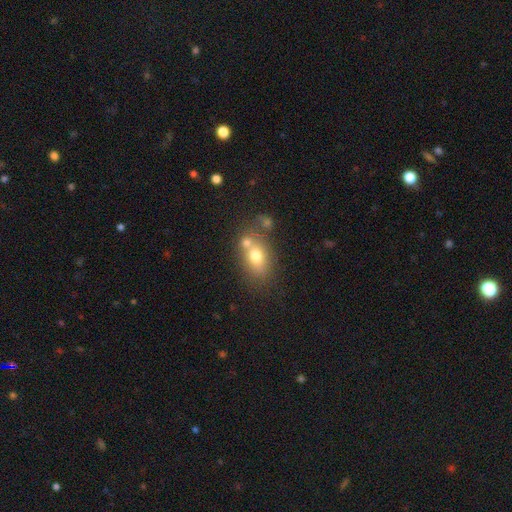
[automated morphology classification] A smooth galaxy with no disk features (70%) that is in between round and cigar-shaped (74%).

Vote fractions:
- Smooth or featured? smooth: 70% / featured or disk: 19% / star or artifact: 11%
- How rounded? in between: 74% / round: 24% / cigar-shaped: 2%
- Merging? none: 48% / merger: 32% / minor disturbance: 15% / major disturbance: 6%